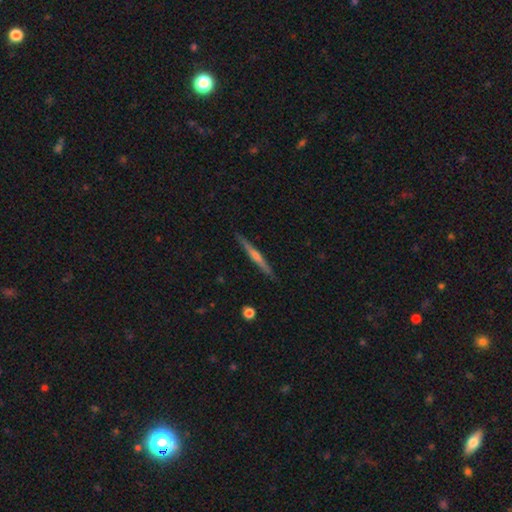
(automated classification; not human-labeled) Q: Smooth or featured?
A: featured or disk (71%); runner-up: smooth (23%)
Q: Edge-on disk?
A: yes (98%); runner-up: no (2%)
Q: Edge-on bulge?
A: rounded (67%); runner-up: none (24%)
Q: Merging?
A: none (91%); runner-up: minor disturbance (6%)